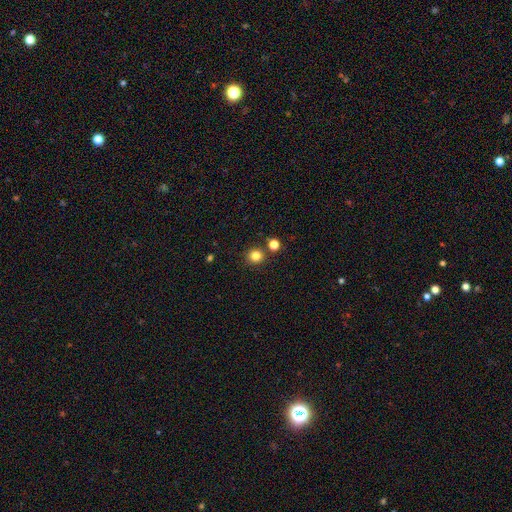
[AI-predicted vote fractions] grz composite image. It shows a smooth galaxy with no disk features (81%) that is round (92%). Merging: none (84%).